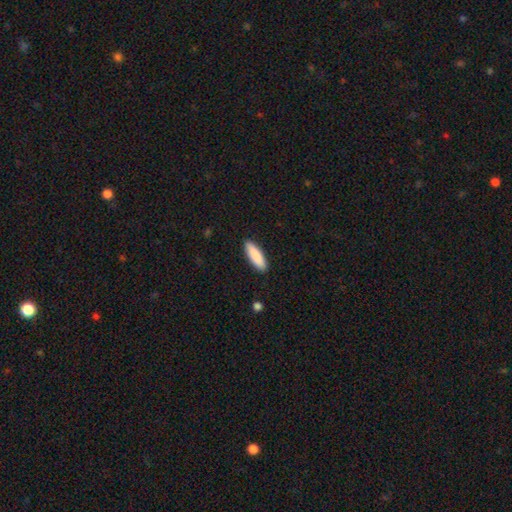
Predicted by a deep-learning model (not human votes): Morphology: type=smooth (88%); roundness=cigar-shaped (54%); merging=none (91%).